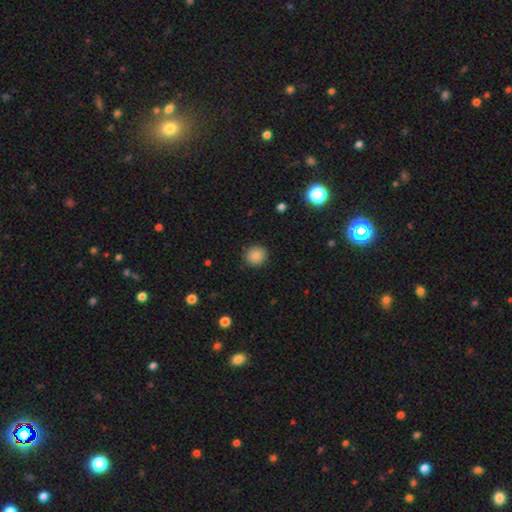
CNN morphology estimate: A smooth galaxy with no disk features (86%) that is round (93%). Merging: none (90%).